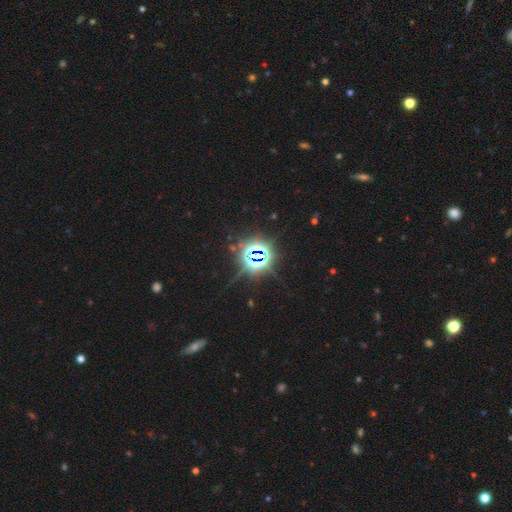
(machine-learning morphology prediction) This appears to be a star or artifact, not a galaxy (83%).